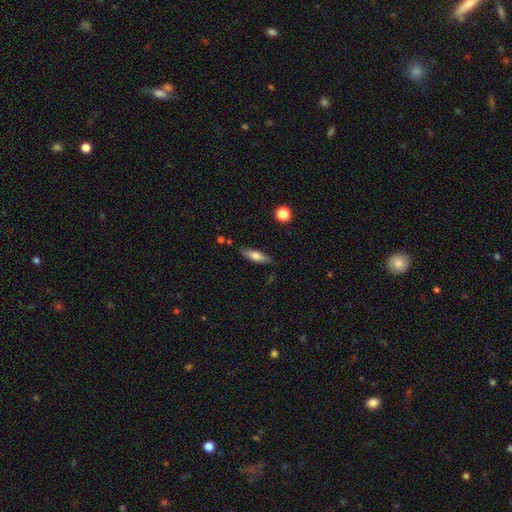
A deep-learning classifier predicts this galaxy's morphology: This is likely a smooth galaxy (64%). How rounded: possibly cigar-shaped (53%). Merging: clearly none (83%).